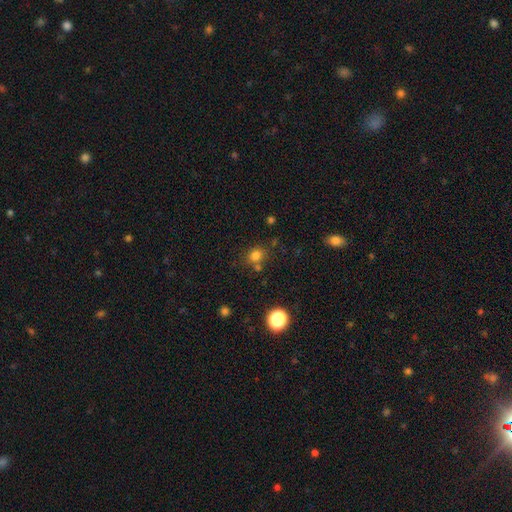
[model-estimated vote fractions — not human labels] smooth-or-featured: smooth: 77% | star or artifact: 16% | featured or disk: 7%
  how-rounded: round: 70% | in between: 29% | cigar-shaped: 1%
  merging: none: 68% | merger: 16% | minor disturbance: 12% | major disturbance: 4%